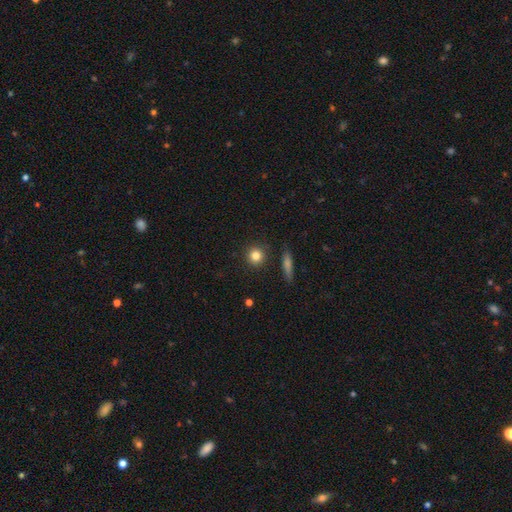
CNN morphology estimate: The model was most divided on "smooth or featured": smooth: 82%, star or artifact: 10%, featured or disk: 7%. More confident: how rounded — round (91%); merging — none (89%).